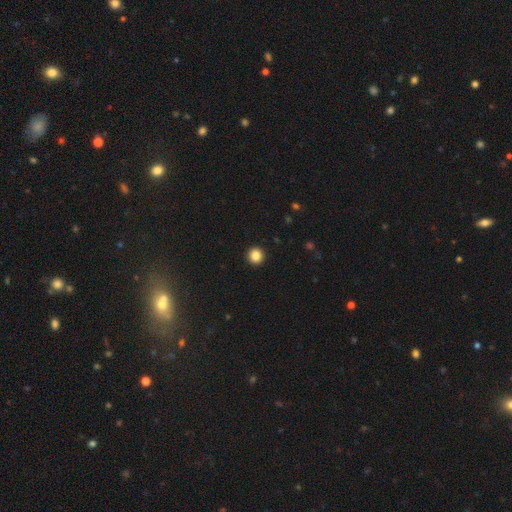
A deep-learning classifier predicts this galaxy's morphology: smooth_or_featured: smooth (p=0.85) [alt: star or artifact p=0.11]
how_rounded: round (p=0.95) [alt: in between p=0.04]
merging: none (p=0.94) [alt: minor disturbance p=0.04]